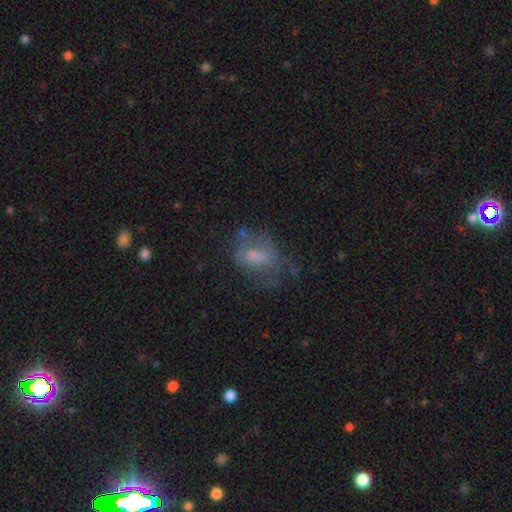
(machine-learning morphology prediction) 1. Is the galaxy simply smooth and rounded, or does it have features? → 51% smooth, 37% featured or disk, 12% star or artifact.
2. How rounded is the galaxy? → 74% in between, 23% round, 3% cigar-shaped.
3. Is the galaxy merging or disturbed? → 36% none, 32% major disturbance, 26% minor disturbance, 6% merger.